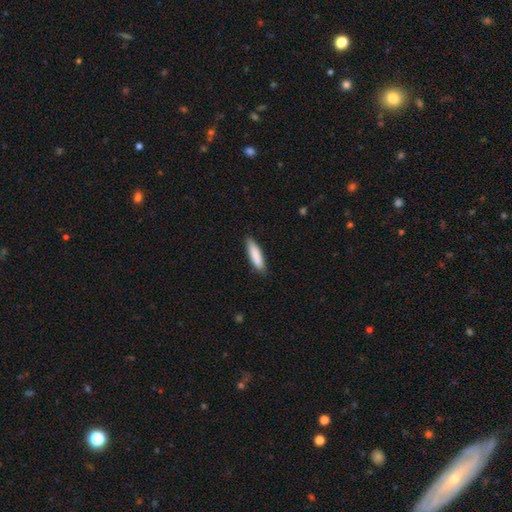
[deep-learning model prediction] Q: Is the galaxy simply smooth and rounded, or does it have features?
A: smooth — 87%.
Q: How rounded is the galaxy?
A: cigar-shaped — 68%.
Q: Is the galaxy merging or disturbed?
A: none — 86%.